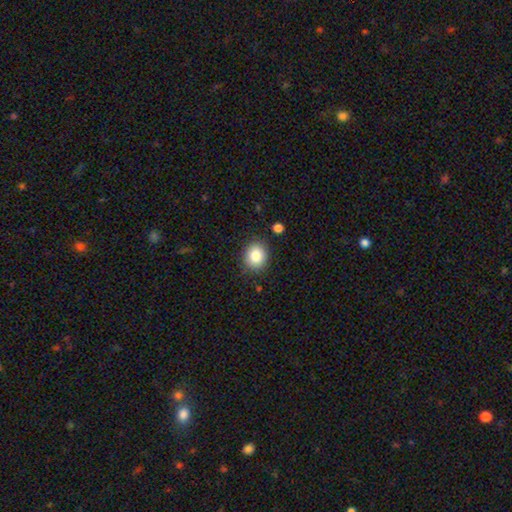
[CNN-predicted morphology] The model was most divided on "how rounded": round: 70%, in between: 29%, cigar-shaped: 1%. More confident: merging — none (85%); smooth or featured — smooth (85%).